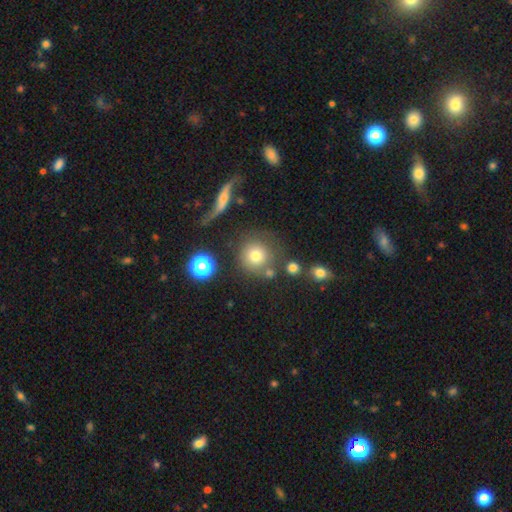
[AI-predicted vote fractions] The model was most divided on "merging": none: 65%, merger: 14%, minor disturbance: 13%, major disturbance: 8%. More confident: how rounded — round (92%); smooth or featured — smooth (74%).